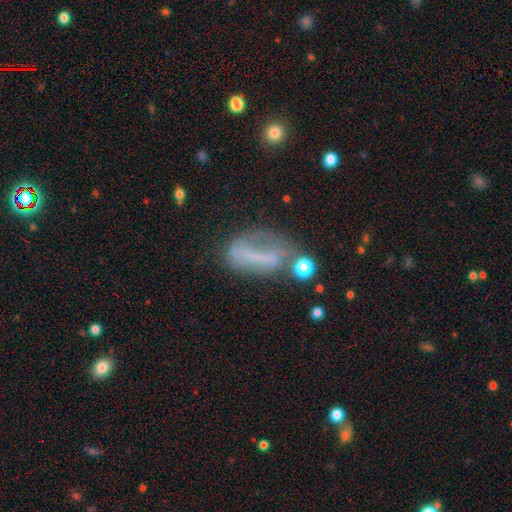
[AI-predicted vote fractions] Smooth or featured? Predicted: featured or disk (p=0.44). Merging? Predicted: none (p=0.33).